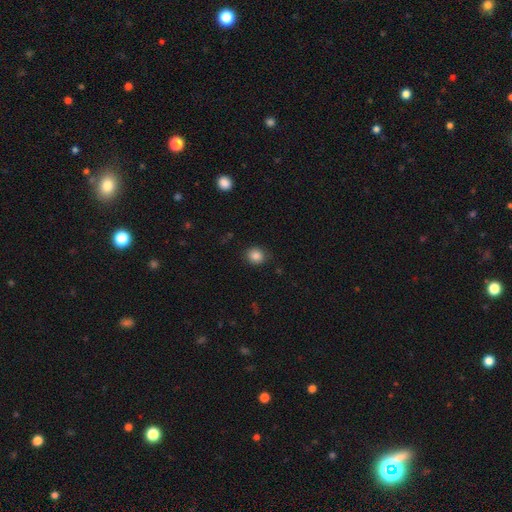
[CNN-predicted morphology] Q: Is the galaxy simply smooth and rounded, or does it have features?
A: smooth — 86%.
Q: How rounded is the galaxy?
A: round — 78%.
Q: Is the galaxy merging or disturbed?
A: none — 86%.